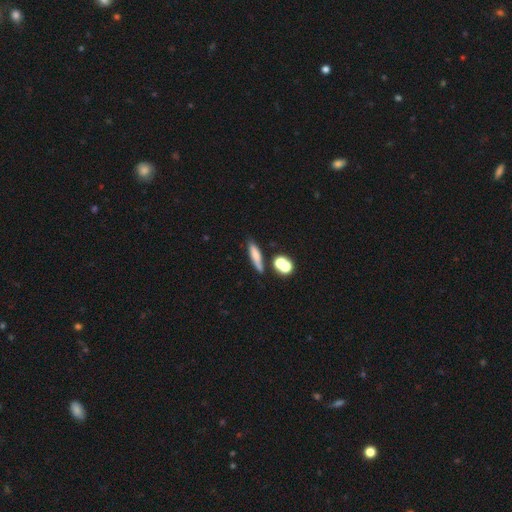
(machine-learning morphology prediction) smooth-or-featured: smooth: 69% | featured or disk: 20% | star or artifact: 11%
  how-rounded: cigar-shaped: 69% | in between: 23% | round: 8%
  merging: none: 67% | minor disturbance: 15% | merger: 13% | major disturbance: 5%